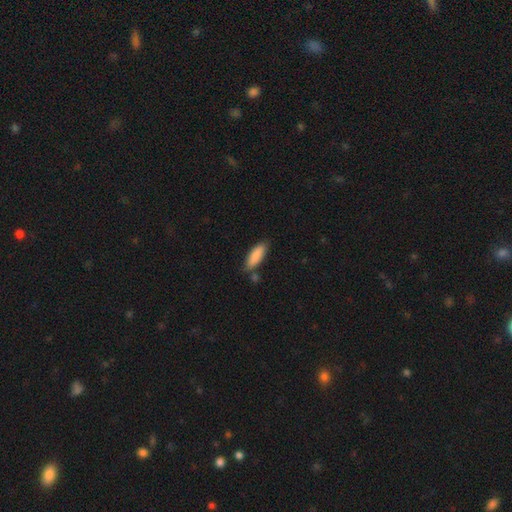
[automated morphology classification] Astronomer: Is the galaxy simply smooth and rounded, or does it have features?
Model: smooth — 87%.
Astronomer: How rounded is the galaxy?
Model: in between — 55% (runner-up: cigar-shaped, 44%).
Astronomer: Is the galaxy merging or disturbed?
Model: none — 75%.